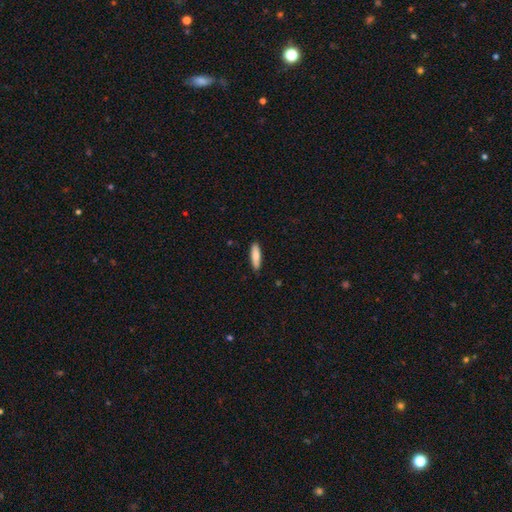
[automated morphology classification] This is clearly a smooth galaxy (81%). How rounded: likely cigar-shaped (61%). Merging: clearly none (89%).